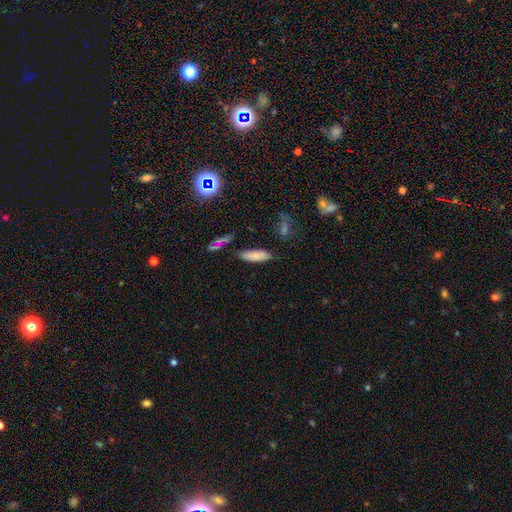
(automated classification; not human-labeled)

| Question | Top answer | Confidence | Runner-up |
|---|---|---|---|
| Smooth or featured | smooth | 80% | featured or disk (11%) |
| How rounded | in between | 62% | cigar-shaped (35%) |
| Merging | none | 75% | minor disturbance (16%) |